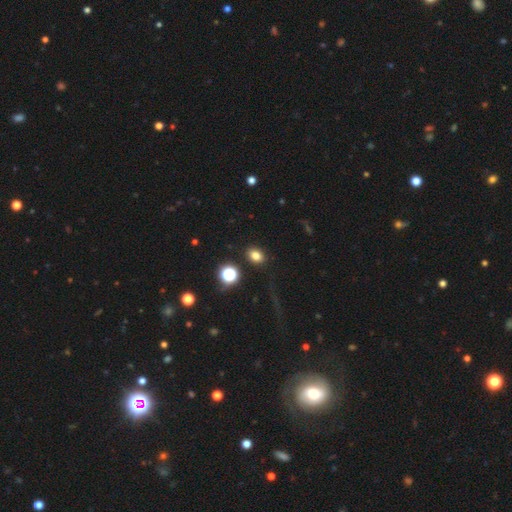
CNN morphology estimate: Smooth or featured? smooth (79%)
How rounded? in between (62%)
Merging? none (86%)